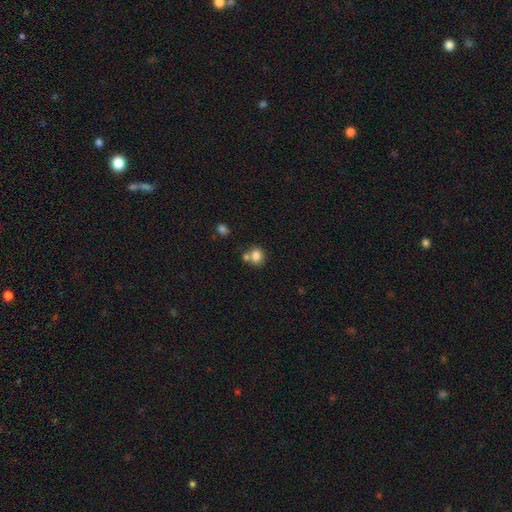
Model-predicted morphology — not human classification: This appears to be a smooth galaxy with no disk features (81%) that is round (58%). Merging: none (51%).